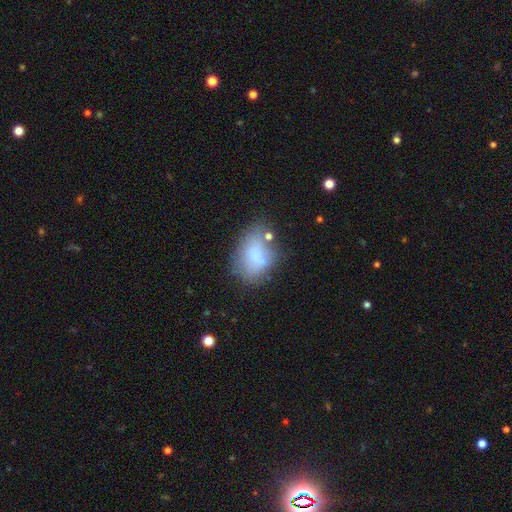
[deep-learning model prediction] Smooth or featured: smooth — 69% (featured or disk — 21%)
How rounded: in between — 81% (round — 18%)
Merging: none — 43% (minor disturbance — 28%)